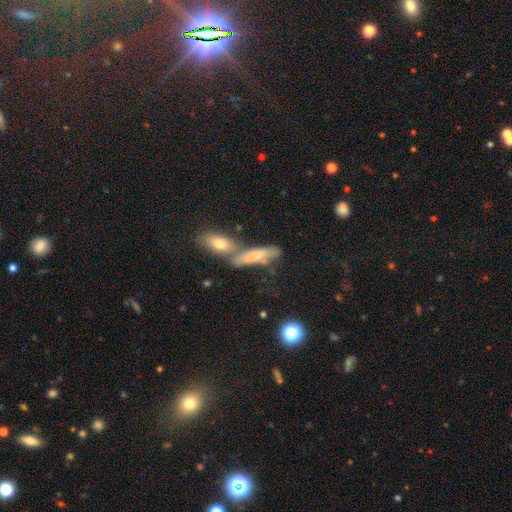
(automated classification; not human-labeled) Morphology: type=smooth (63%); roundness=cigar-shaped (60%); merging=none (43%).